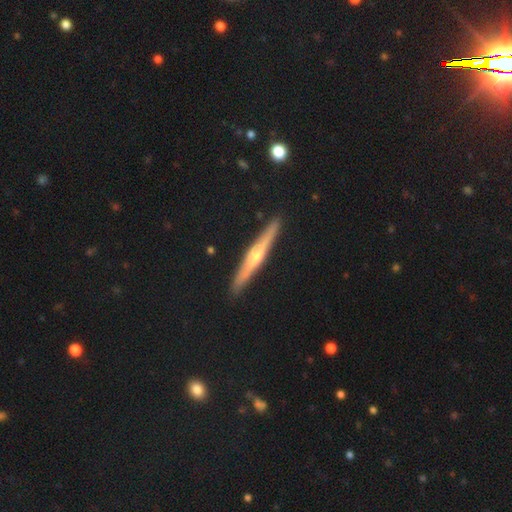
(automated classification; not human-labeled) Smooth or featured: featured or disk — 70% (smooth — 23%)
Edge-on disk: yes — 97% (no — 3%)
Edge-on bulge: rounded — 78% (none — 16%)
Merging: none — 91% (minor disturbance — 6%)